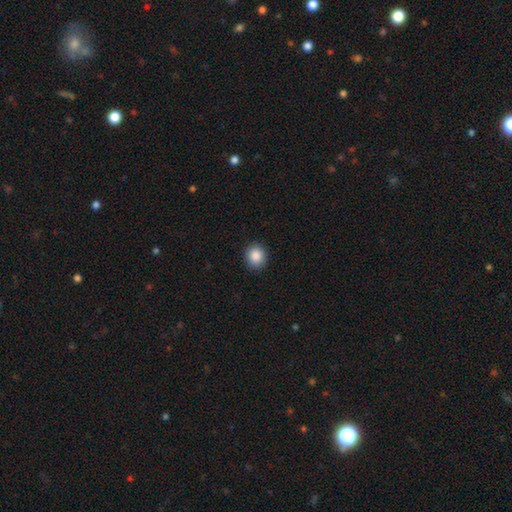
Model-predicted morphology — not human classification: Smooth or featured: smooth — 88% (star or artifact — 8%)
How rounded: round — 74% (in between — 25%)
Merging: none — 90% (minor disturbance — 7%)